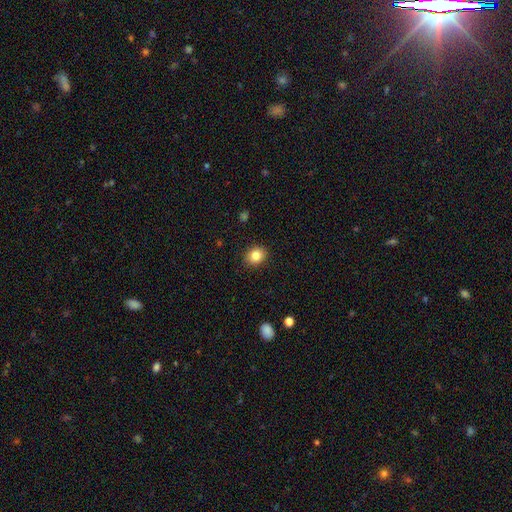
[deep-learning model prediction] smooth_or_featured: smooth (p=0.83) [alt: star or artifact p=0.10]
how_rounded: round (p=0.65) [alt: in between p=0.34]
merging: none (p=0.90) [alt: minor disturbance p=0.07]